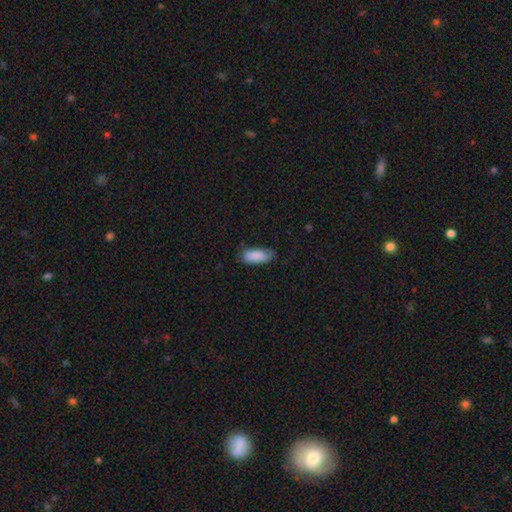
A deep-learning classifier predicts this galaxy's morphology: smooth 89%, star or artifact 6%, featured or disk 5%. Down the decision tree: how rounded — in between (82%); merging — none (72%).